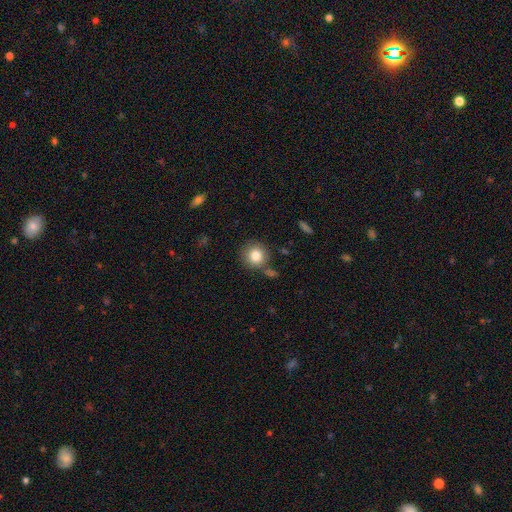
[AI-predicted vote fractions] smooth-or-featured: smooth: 82% | star or artifact: 9% | featured or disk: 8%
  how-rounded: round: 91% | in between: 8% | cigar-shaped: 1%
  merging: none: 79% | minor disturbance: 11% | merger: 7% | major disturbance: 3%